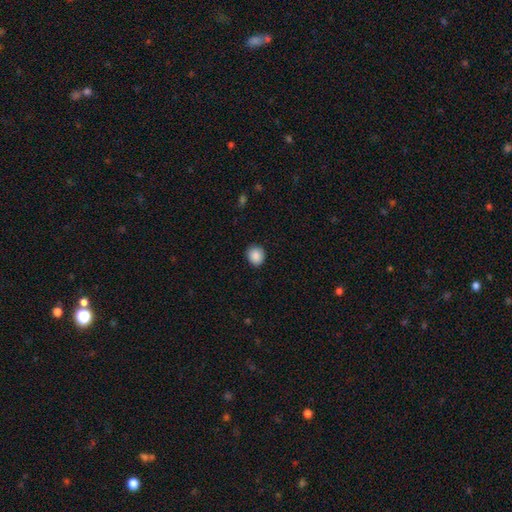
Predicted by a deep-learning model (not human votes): This is clearly a smooth galaxy (89%). How rounded: clearly round (82%). Merging: clearly none (89%).